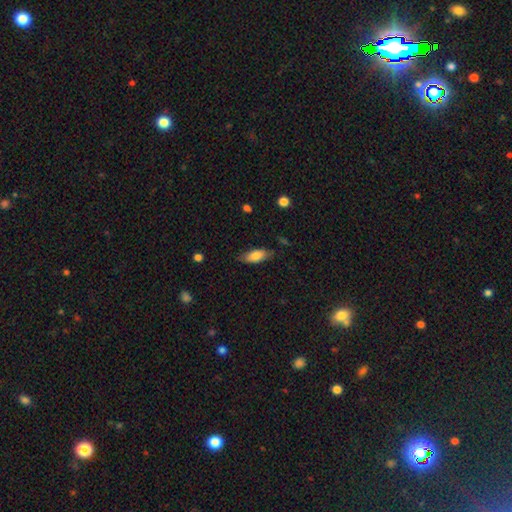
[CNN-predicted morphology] Overall: smooth (78%). How rounded: in between (78%). Merging: none (78%).